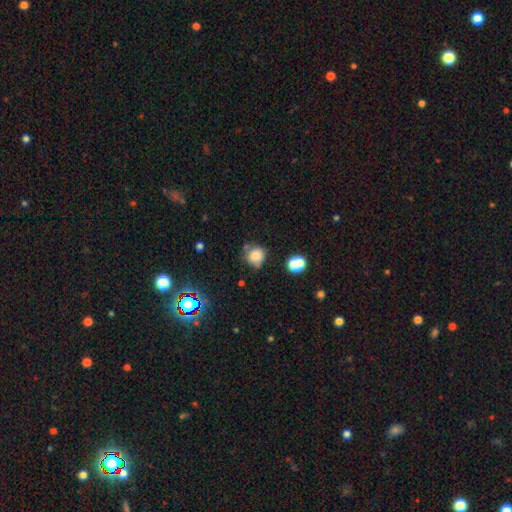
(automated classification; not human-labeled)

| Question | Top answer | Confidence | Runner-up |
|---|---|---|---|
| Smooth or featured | smooth | 78% | star or artifact (13%) |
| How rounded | round | 83% | in between (16%) |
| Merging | none | 61% | minor disturbance (24%) |